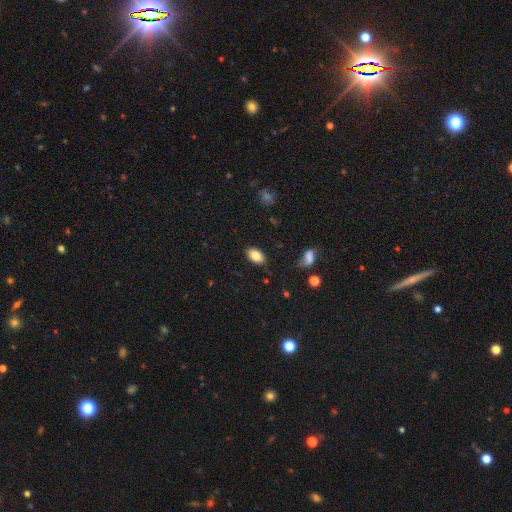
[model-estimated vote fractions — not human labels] This is clearly a smooth galaxy (83%). How rounded: clearly in between (90%). Merging: clearly none (85%).